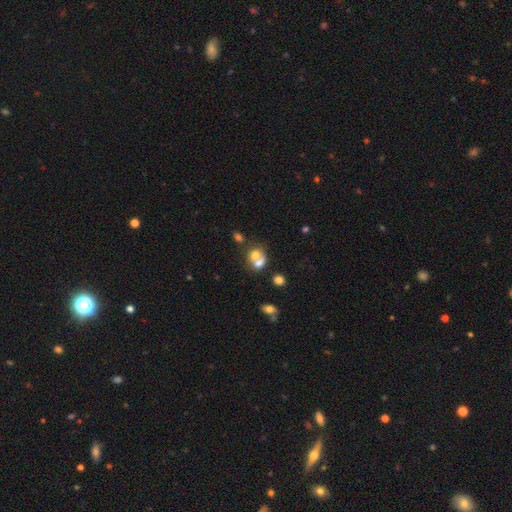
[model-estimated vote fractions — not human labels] smooth_or_featured: smooth (p=0.65) [alt: featured or disk p=0.22]
how_rounded: round (p=0.62) [alt: in between p=0.37]
merging: merger (p=0.61) [alt: none p=0.26]